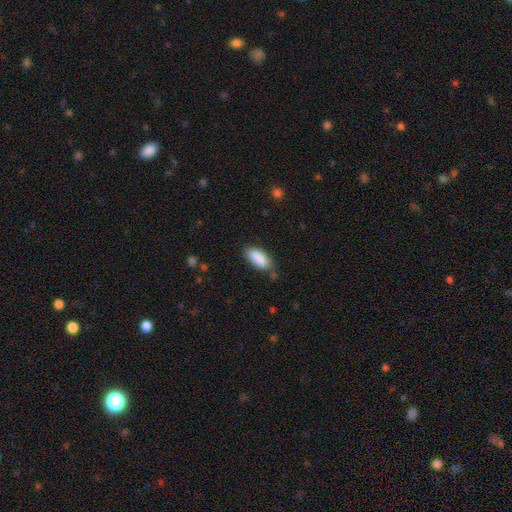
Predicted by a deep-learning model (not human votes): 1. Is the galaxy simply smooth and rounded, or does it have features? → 89% smooth, 7% star or artifact, 5% featured or disk.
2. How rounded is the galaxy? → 87% in between, 11% cigar-shaped, 2% round.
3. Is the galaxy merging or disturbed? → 75% none, 18% minor disturbance, 4% major disturbance, 4% merger.